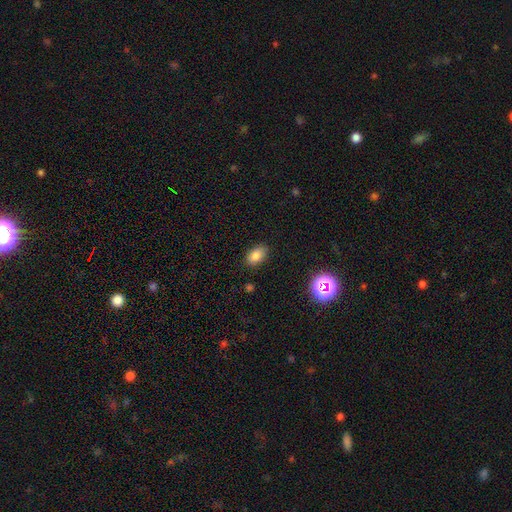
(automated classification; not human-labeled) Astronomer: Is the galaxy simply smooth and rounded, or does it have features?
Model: smooth — 82%.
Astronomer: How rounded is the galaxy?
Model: in between — 88%.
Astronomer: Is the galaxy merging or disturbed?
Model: none — 85%.